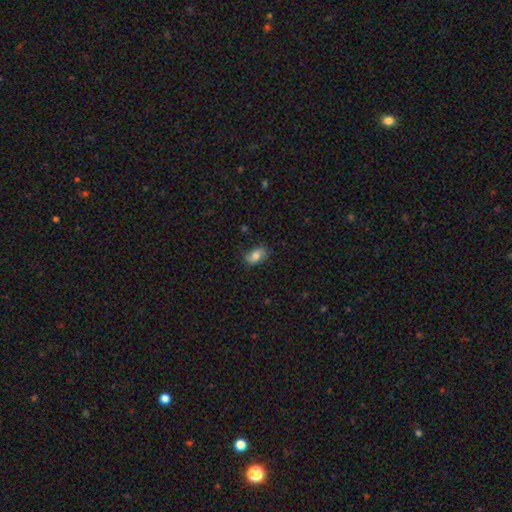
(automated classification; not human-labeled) The model was most divided on "smooth or featured": smooth: 72%, featured or disk: 20%, star or artifact: 8%. More confident: how rounded — in between (88%); merging — none (76%).